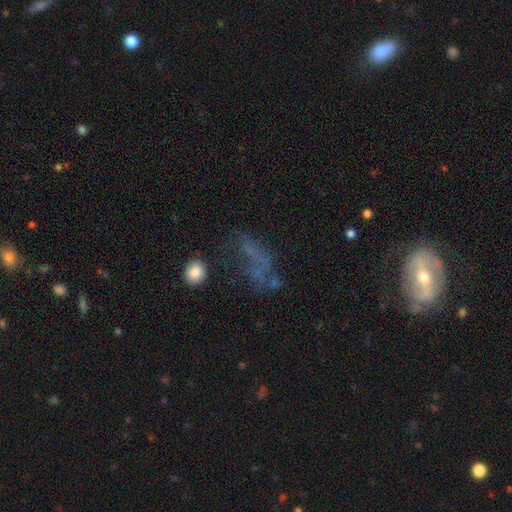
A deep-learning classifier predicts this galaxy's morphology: Smooth or featured? Predicted: featured or disk (p=0.37). Merging? Predicted: major disturbance (p=0.36, tied with none).